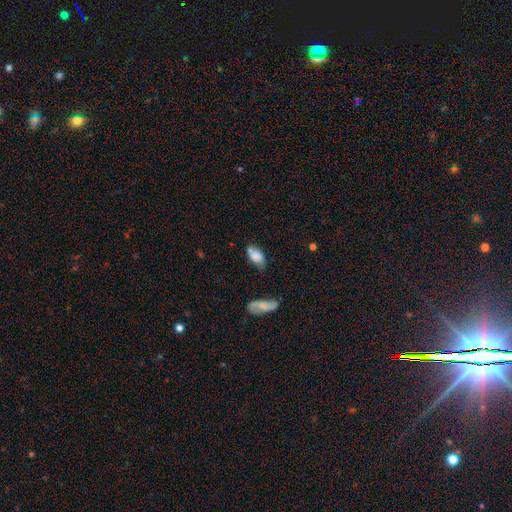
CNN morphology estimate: The model was most divided on "merging": none: 44%, minor disturbance: 29%, merger: 17%, major disturbance: 10%. More confident: how rounded — in between (89%); smooth or featured — smooth (73%).